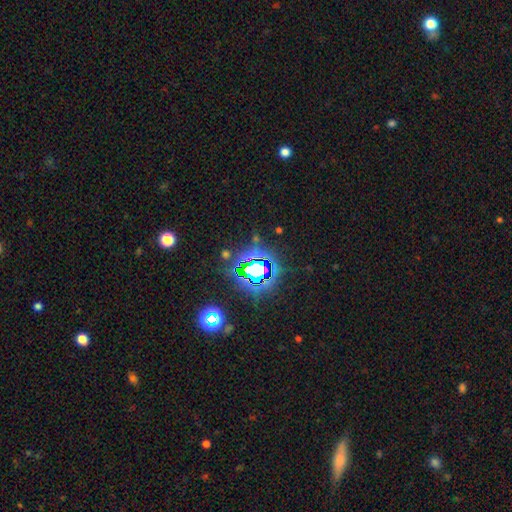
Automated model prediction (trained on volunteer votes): Q: Smooth or featured?
A: star or artifact (80%); runner-up: smooth (12%)